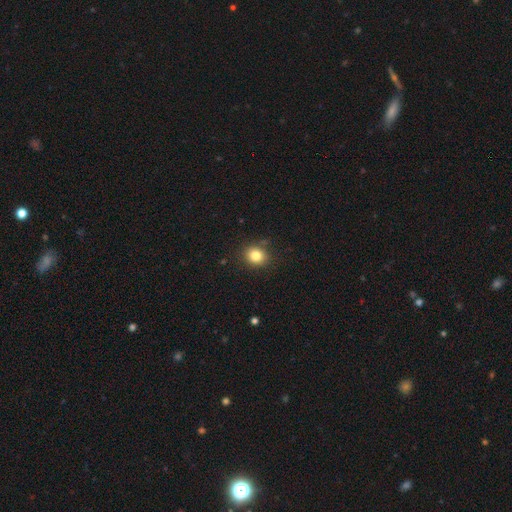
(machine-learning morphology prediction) Smooth or featured?
  - smooth: 82% *
  - star or artifact: 12%
  - featured or disk: 7%
How rounded?
  - round: 74% *
  - in between: 25%
  - cigar-shaped: 1%
Merging?
  - none: 84% *
  - minor disturbance: 11%
  - major disturbance: 3%
  - merger: 2%